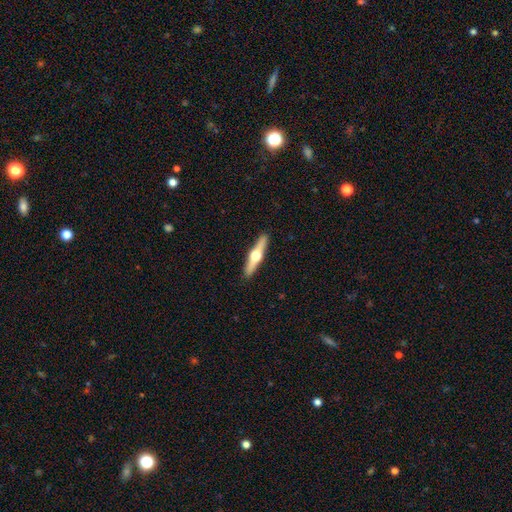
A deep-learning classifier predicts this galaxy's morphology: A featured or disk galaxy (65%) viewed edge-on (96%) with a rounded central bulge (96%).

Vote fractions:
- Smooth or featured? featured or disk: 65% / smooth: 30% / star or artifact: 5%
- Edge-on disk? yes: 96% / no: 4%
- Edge-on bulge? rounded: 96% / boxy: 2% / none: 2%
- Merging? none: 92% / minor disturbance: 6% / major disturbance: 1% / merger: 1%